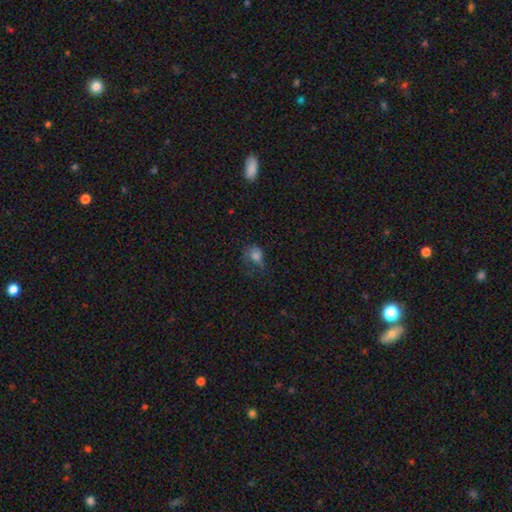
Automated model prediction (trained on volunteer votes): Overall: smooth (68%). How rounded: in between (59%; round 39%). Merging: major disturbance (35%; none 34%).